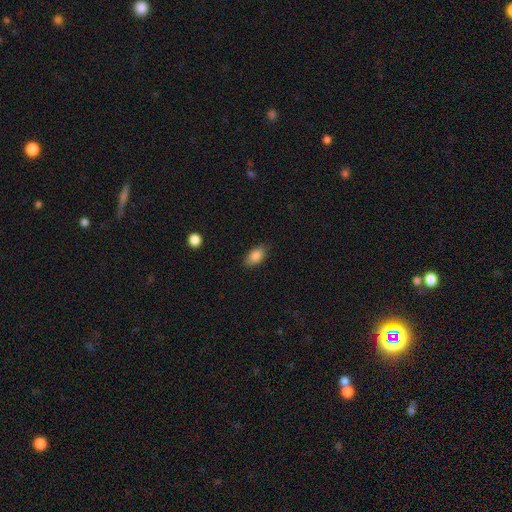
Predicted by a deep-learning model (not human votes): This is clearly a smooth galaxy (86%). How rounded: clearly in between (90%). Merging: clearly none (84%).